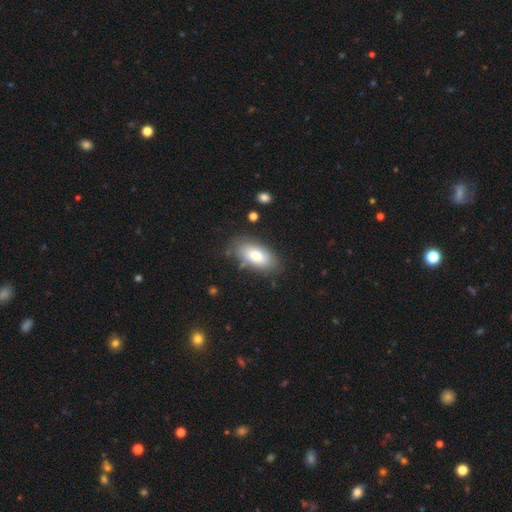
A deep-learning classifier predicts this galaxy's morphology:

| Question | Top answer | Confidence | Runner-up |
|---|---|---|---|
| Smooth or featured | smooth | 77% | featured or disk (17%) |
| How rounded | in between | 91% | cigar-shaped (6%) |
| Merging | none | 78% | minor disturbance (15%) |